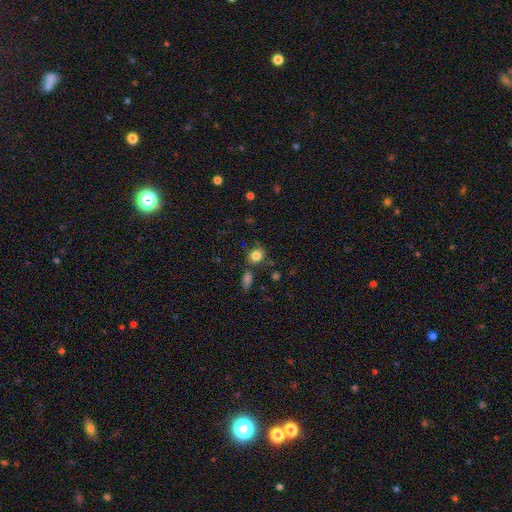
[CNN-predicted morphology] Smooth or featured: smooth — 82% (star or artifact — 11%)
How rounded: round — 65% (in between — 34%)
Merging: none — 71% (minor disturbance — 15%)